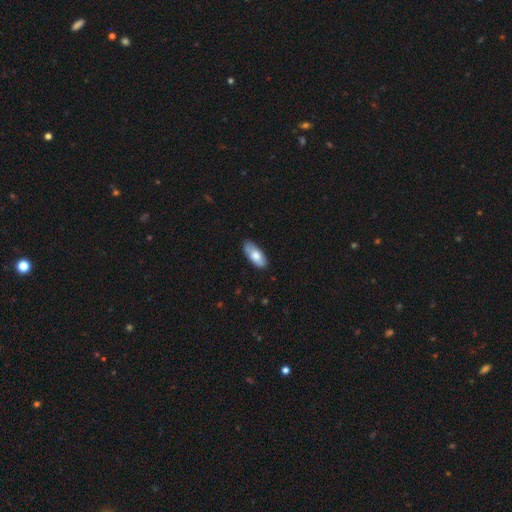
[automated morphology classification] smooth 71%, featured or disk 23%, star or artifact 6%. Down the decision tree: how rounded — in between (84%); merging — none (77%).